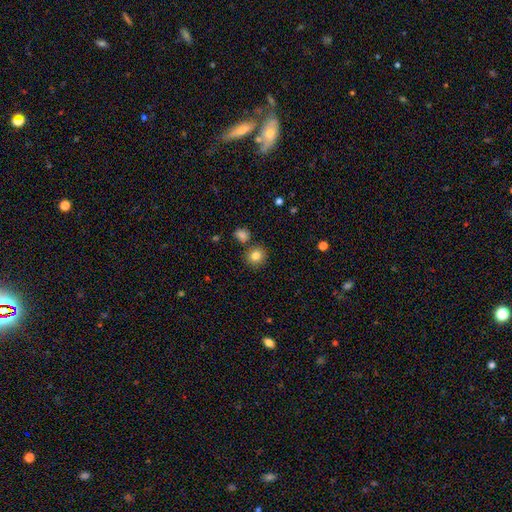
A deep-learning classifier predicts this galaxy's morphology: The model was most divided on "smooth or featured": smooth: 83%, star or artifact: 11%, featured or disk: 6%. More confident: how rounded — round (86%); merging — none (82%).